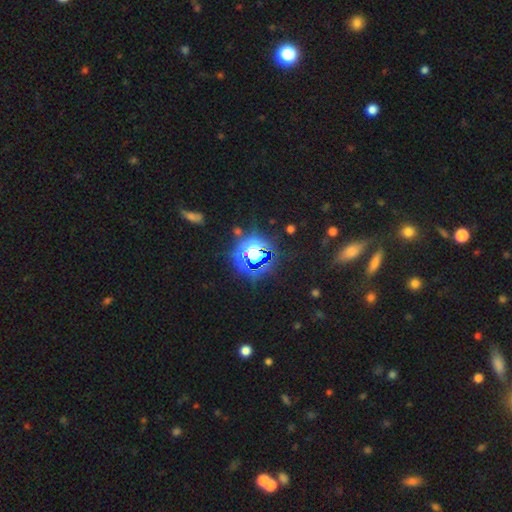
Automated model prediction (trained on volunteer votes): Smooth or featured?
  - star or artifact: 75% *
  - smooth: 17%
  - featured or disk: 8%